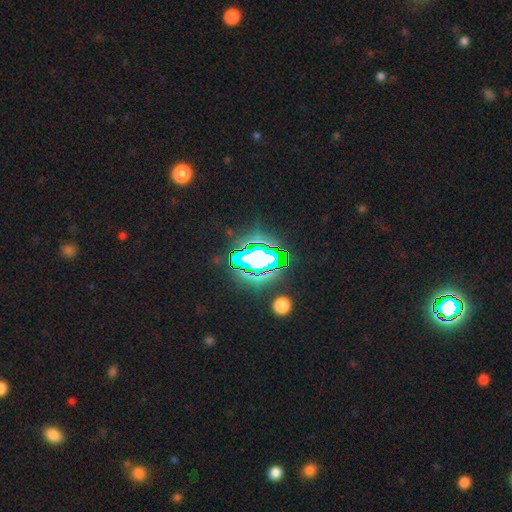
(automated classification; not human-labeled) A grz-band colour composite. It shows a star or artifact, not a galaxy (60%).